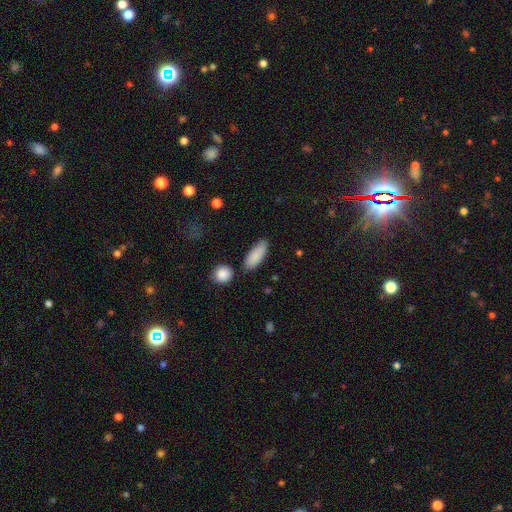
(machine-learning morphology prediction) The model was most divided on "how rounded": in between: 73%, cigar-shaped: 25%, round: 2%. More confident: smooth or featured — smooth (86%); merging — none (72%).